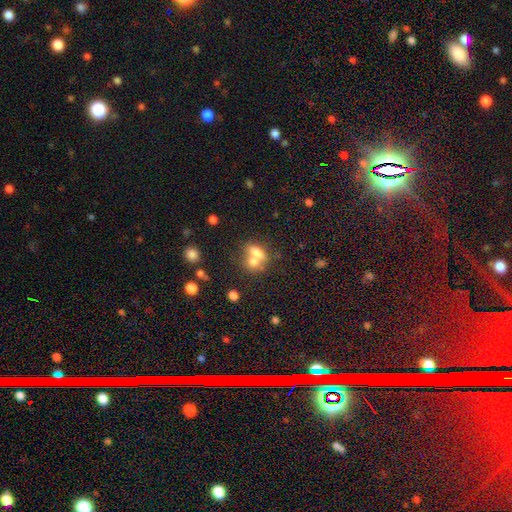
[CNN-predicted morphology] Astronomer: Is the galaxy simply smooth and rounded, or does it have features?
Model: smooth — 68%.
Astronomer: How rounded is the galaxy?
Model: in between — 62%.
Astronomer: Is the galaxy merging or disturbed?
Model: merger — 59%.